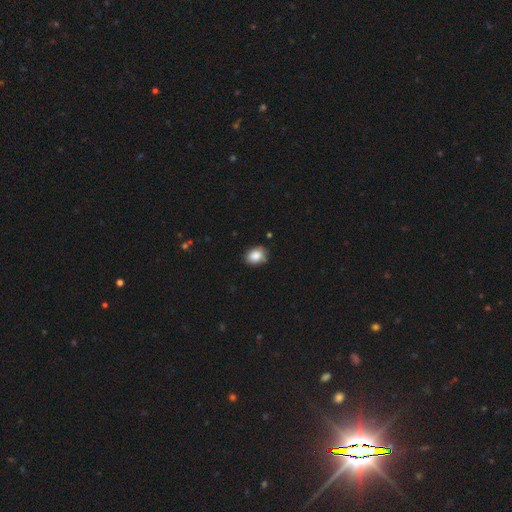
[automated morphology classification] Overall: smooth (86%). How rounded: in between (63%; round 36%). Merging: none (73%).